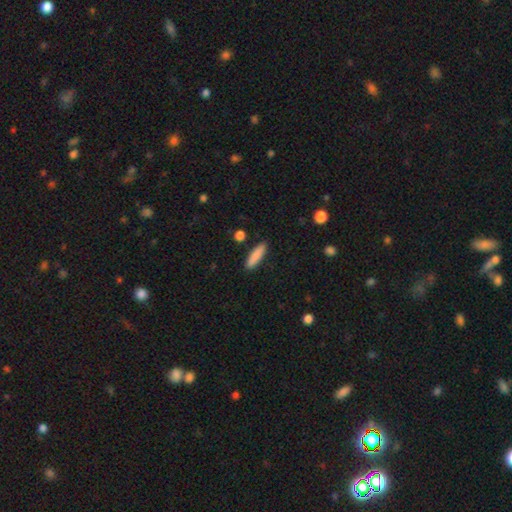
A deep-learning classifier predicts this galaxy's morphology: This is clearly a smooth galaxy (87%). How rounded: likely cigar-shaped (72%). Merging: clearly none (89%).